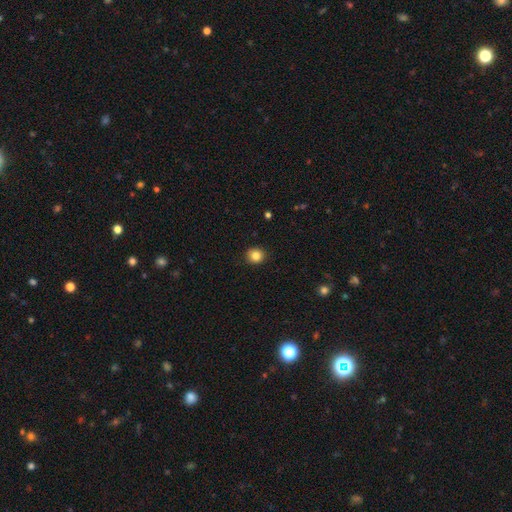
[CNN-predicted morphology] smooth_or_featured: smooth (p=0.84) [alt: star or artifact p=0.11]
how_rounded: round (p=0.86) [alt: in between p=0.13]
merging: none (p=0.91) [alt: minor disturbance p=0.07]